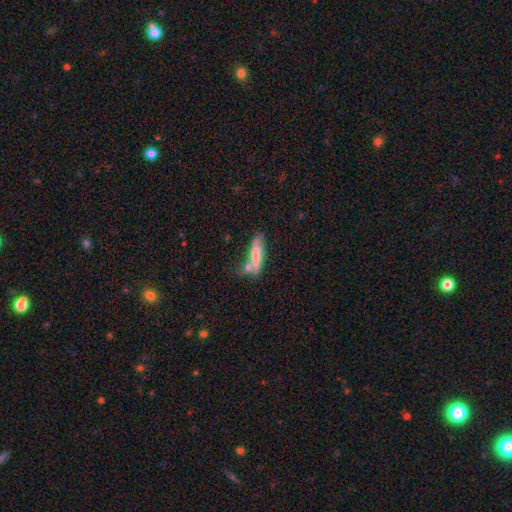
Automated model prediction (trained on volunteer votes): smooth 60%, featured or disk 33%, star or artifact 7%. Down the decision tree: how rounded — cigar-shaped (69%); merging — none (44%).